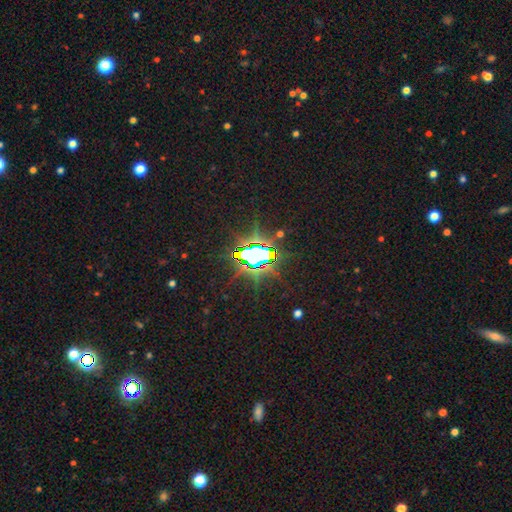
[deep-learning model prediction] This is likely a star or artifact rather than a galaxy (79%).